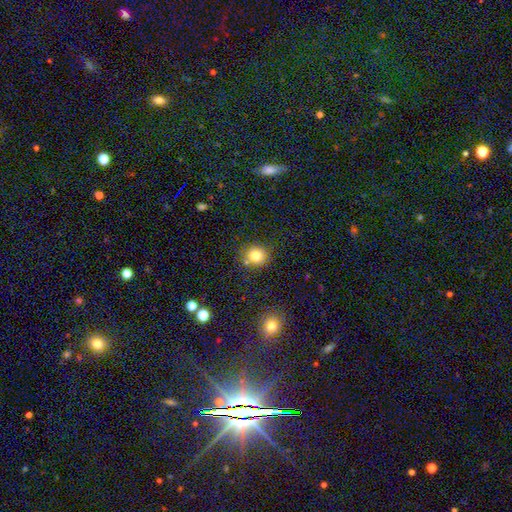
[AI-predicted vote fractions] Smooth or featured? smooth (81%)
How rounded? round (85%)
Merging? none (75%)